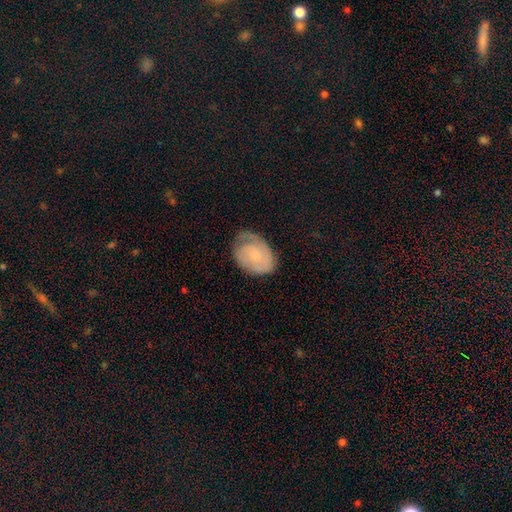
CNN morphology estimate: A featured or disk galaxy (54%) with no bar (74%), spiral arms (84%) and a small central bulge (64%). Merging: none (54%).